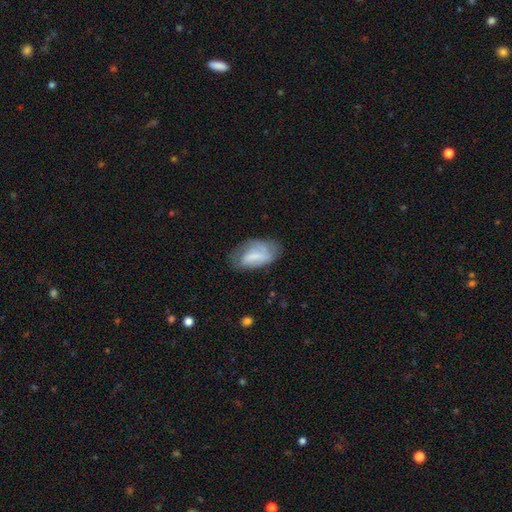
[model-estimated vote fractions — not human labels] Smooth or featured?
  - smooth: 52% *
  - featured or disk: 40%
  - star or artifact: 8%
How rounded?
  - in between: 91% *
  - cigar-shaped: 5%
  - round: 4%
Merging?
  - none: 54% *
  - minor disturbance: 30%
  - major disturbance: 14%
  - merger: 2%